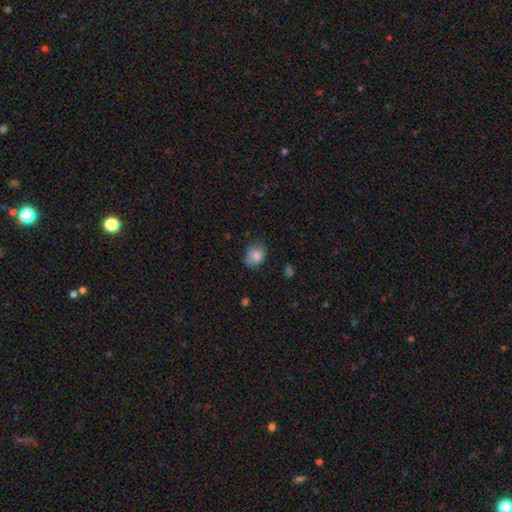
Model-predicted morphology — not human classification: Overall: smooth (81%). How rounded: round (52%; in between 47%). Merging: none (66%).